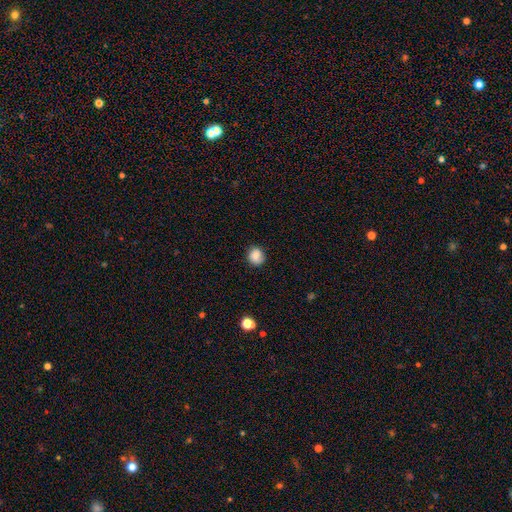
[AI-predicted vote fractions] Morphology: type=smooth (79%); roundness=round (82%); merging=none (78%).